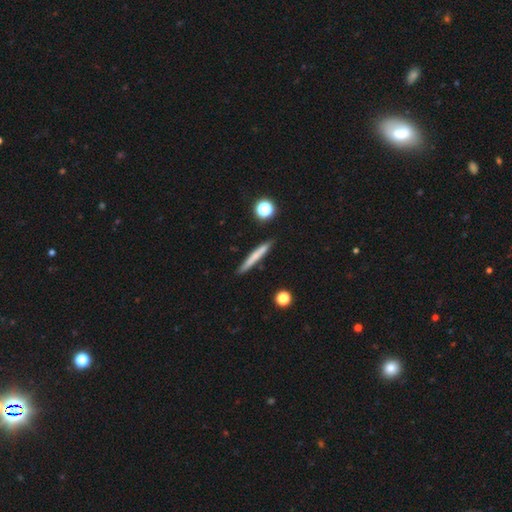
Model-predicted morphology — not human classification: Q: Smooth or featured?
A: smooth (66%); runner-up: featured or disk (27%)
Q: How rounded?
A: cigar-shaped (96%); runner-up: in between (3%)
Q: Merging?
A: none (88%); runner-up: minor disturbance (8%)